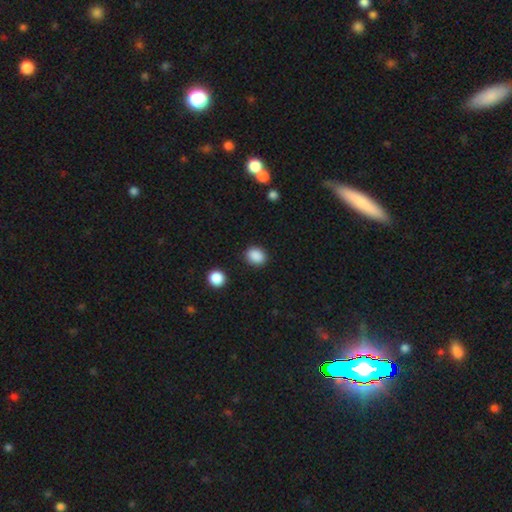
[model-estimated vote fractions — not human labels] smooth_or_featured: smooth (p=0.88) [alt: star or artifact p=0.09]
how_rounded: round (p=0.51) [alt: in between p=0.48]
merging: none (p=0.88) [alt: minor disturbance p=0.08]